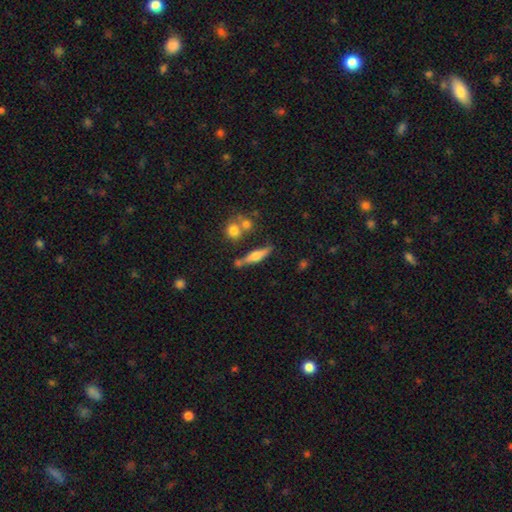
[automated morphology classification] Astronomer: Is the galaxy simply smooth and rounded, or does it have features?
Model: featured or disk — 52% (runner-up: smooth, 41%).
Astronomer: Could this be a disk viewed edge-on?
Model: yes — 92%.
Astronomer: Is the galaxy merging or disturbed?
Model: none — 68%.